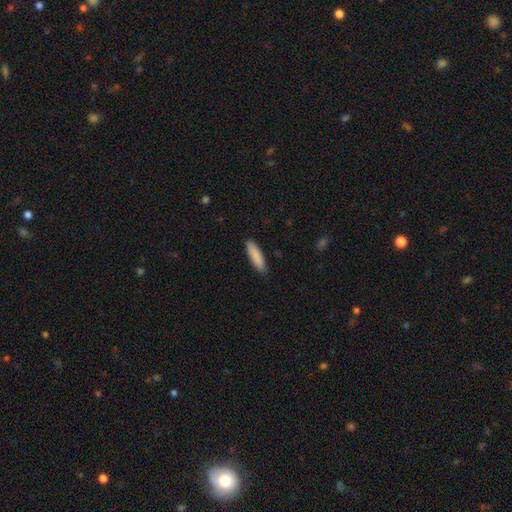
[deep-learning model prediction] Overall: smooth (88%). How rounded: cigar-shaped (70%). Merging: none (89%).